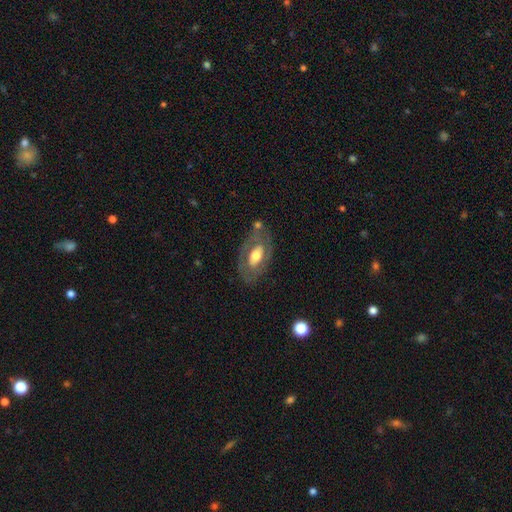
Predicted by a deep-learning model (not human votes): Morphology: type=featured or disk (58%); edge-on=no (89%); bar=no (64%); spiral arms=no (66%); bulge=moderate (61%); merging=none (65%).